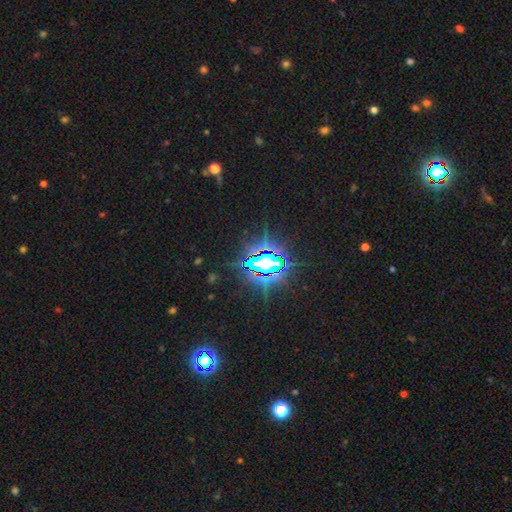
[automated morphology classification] This is clearly a star or artifact rather than a galaxy (81%).